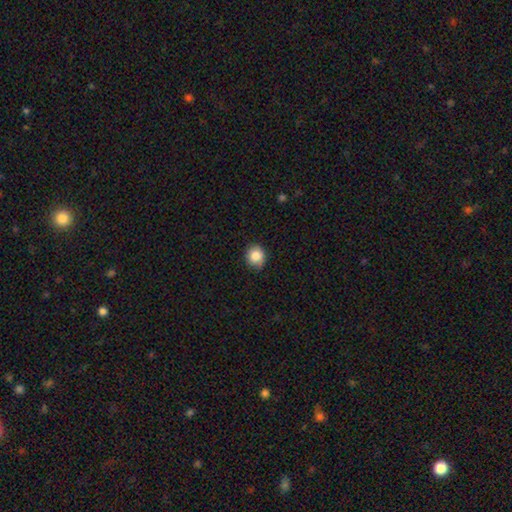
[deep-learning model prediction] smooth 85%, star or artifact 10%, featured or disk 6%. Down the decision tree: how rounded — round (83%); merging — none (83%).